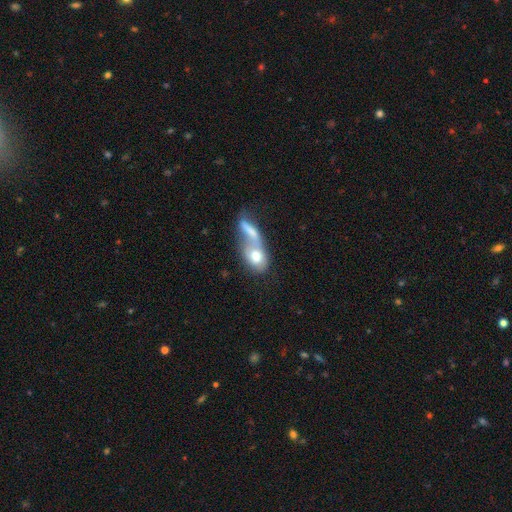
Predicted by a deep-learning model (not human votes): This appears to be a smooth galaxy with no disk features (66%) that is in between round and cigar-shaped (67%). Merging: merger (71%).